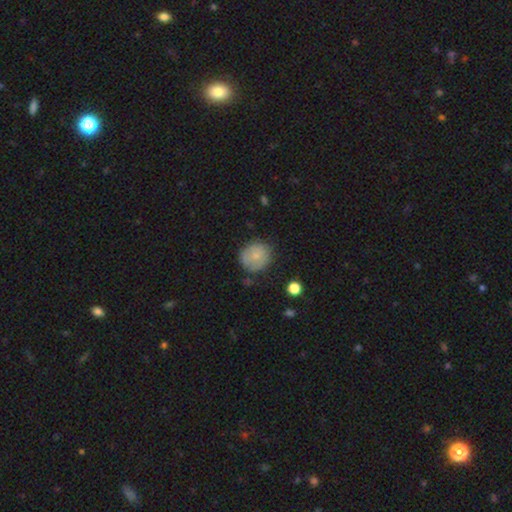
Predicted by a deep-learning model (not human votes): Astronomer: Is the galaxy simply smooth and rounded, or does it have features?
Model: smooth — 71%.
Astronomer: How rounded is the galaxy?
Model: round — 82%.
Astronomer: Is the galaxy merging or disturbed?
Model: none — 72%.